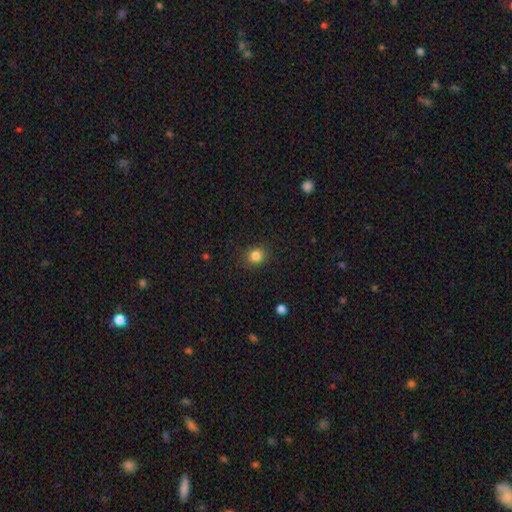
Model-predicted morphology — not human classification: The model was most divided on "how rounded": round: 78%, in between: 21%, cigar-shaped: 1%. More confident: merging — none (89%); smooth or featured — smooth (84%).